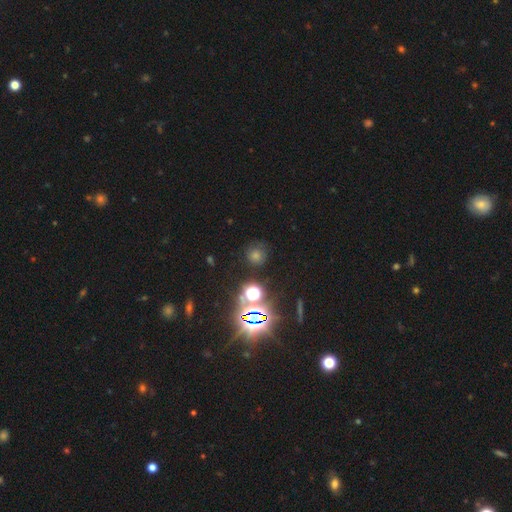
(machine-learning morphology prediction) Smooth or featured? Predicted: star or artifact (p=0.52).